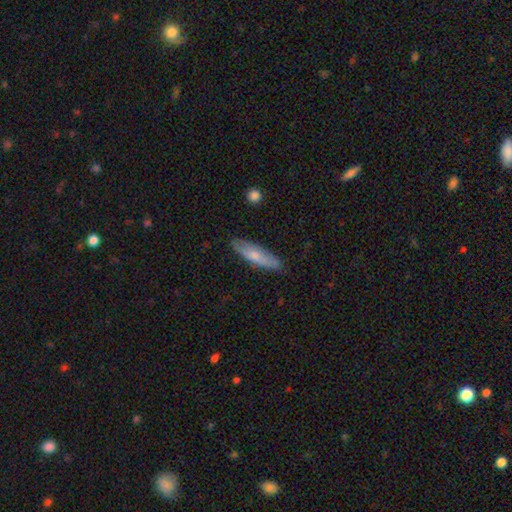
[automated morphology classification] This is likely a smooth galaxy (68%). How rounded: likely cigar-shaped (67%). Merging: clearly none (84%).